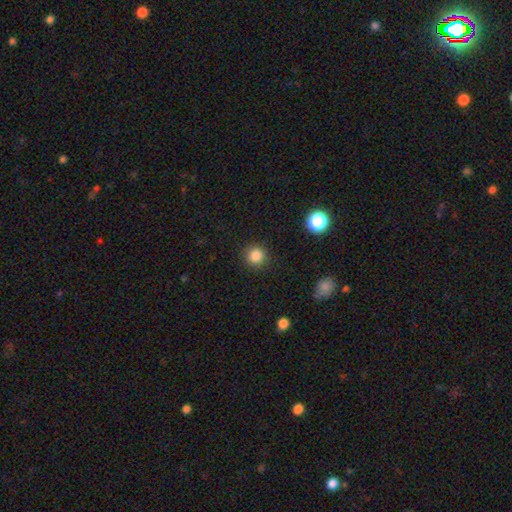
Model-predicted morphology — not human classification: smooth_or_featured: smooth (p=0.85) [alt: star or artifact p=0.11]
how_rounded: round (p=0.94) [alt: in between p=0.05]
merging: none (p=0.90) [alt: minor disturbance p=0.06]